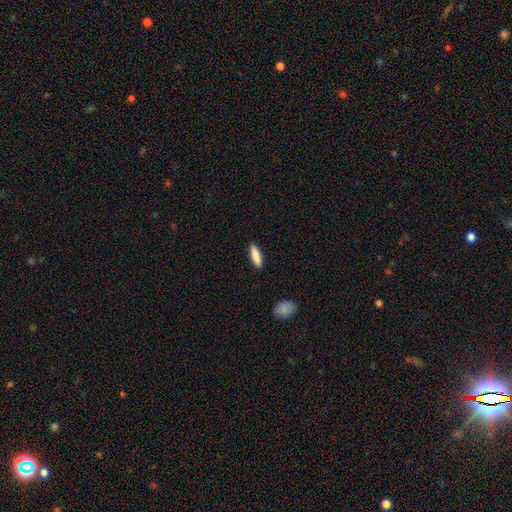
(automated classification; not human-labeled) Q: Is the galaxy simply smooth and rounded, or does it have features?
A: smooth — 87%.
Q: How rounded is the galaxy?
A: cigar-shaped — 64%.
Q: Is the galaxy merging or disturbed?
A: none — 90%.